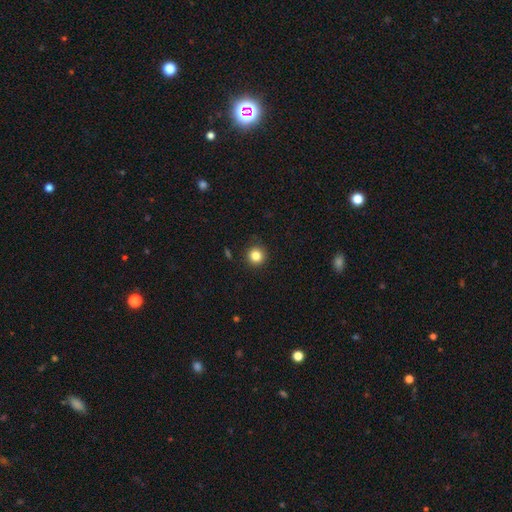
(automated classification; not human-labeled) smooth_or_featured: smooth (p=0.84) [alt: star or artifact p=0.11]
how_rounded: round (p=0.94) [alt: in between p=0.05]
merging: none (p=0.89) [alt: minor disturbance p=0.07]